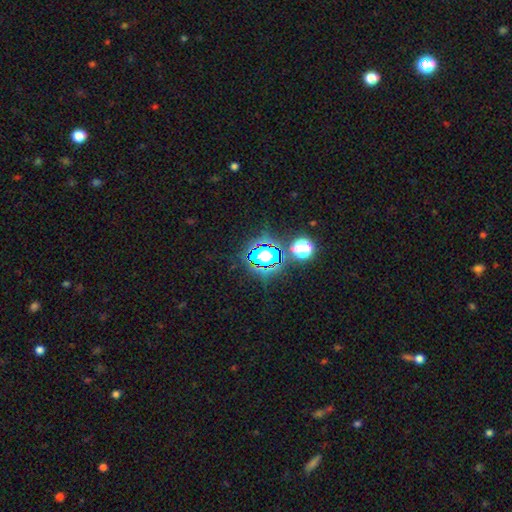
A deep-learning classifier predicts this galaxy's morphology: Q: Smooth or featured?
A: star or artifact (76%); runner-up: smooth (15%)